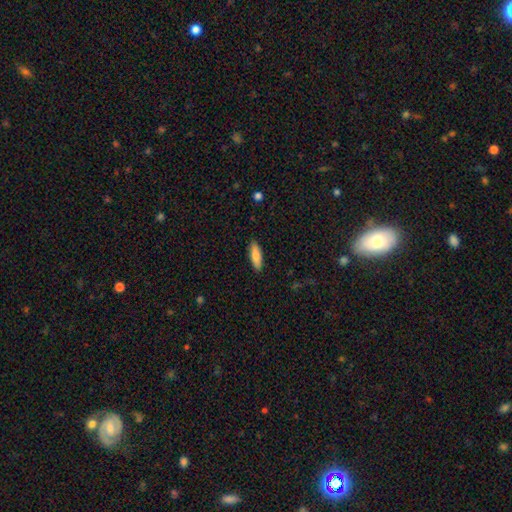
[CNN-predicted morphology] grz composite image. It shows a smooth galaxy with no disk features (83%) that is cigar-shaped (50%). Merging: none (89%).